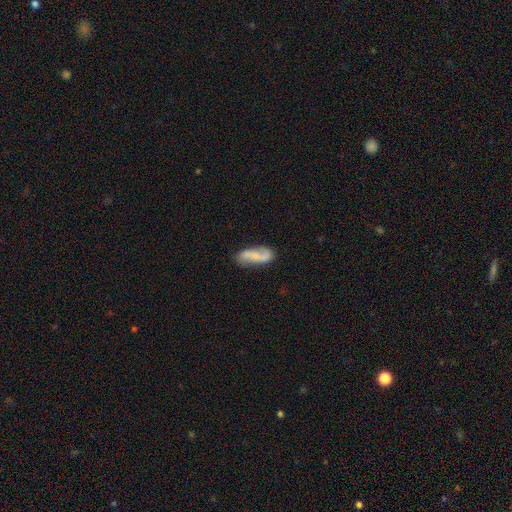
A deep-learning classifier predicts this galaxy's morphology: featured or disk 60%, smooth 34%, star or artifact 6%. Down the decision tree: edge-on disk — no (93%); bar — no (45%); spiral arms — yes (91%); spiral arm count — 2 (90%); spiral winding — loose (67%); bulge size — small (45%); merging — none (74%).